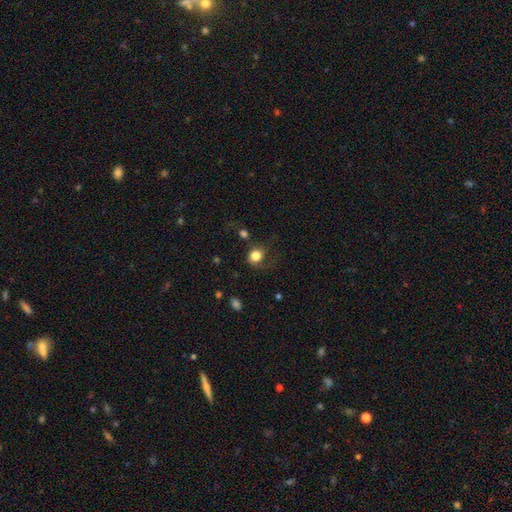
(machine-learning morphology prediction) type=smooth (78%); roundness=round (76%); merging=none (47%).